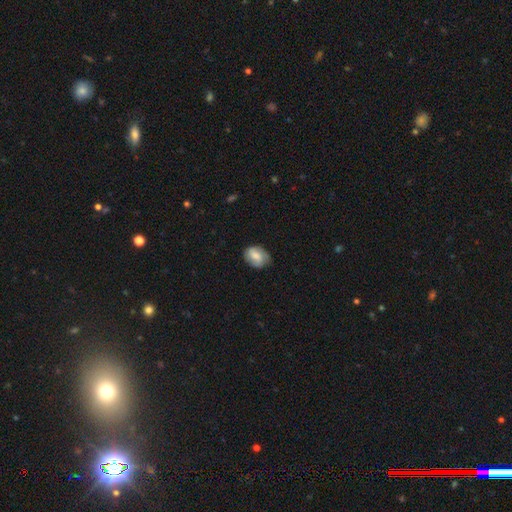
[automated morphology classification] type=smooth (58%); roundness=in between (64%); merging=none (71%).